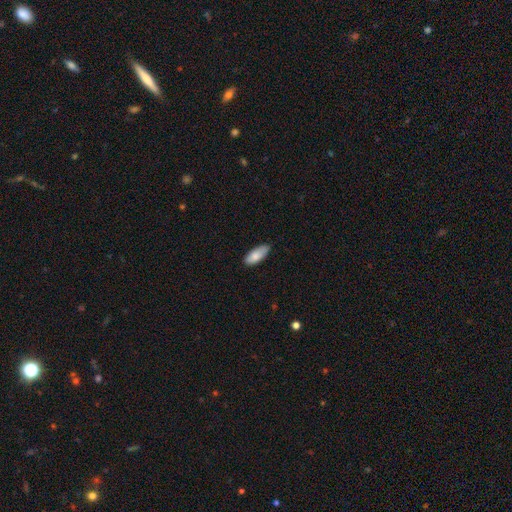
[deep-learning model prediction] Smooth or featured?
  - smooth: 83% *
  - featured or disk: 11%
  - star or artifact: 6%
How rounded?
  - in between: 81% *
  - cigar-shaped: 17%
  - round: 2%
Merging?
  - none: 76% *
  - minor disturbance: 20%
  - major disturbance: 2%
  - merger: 1%